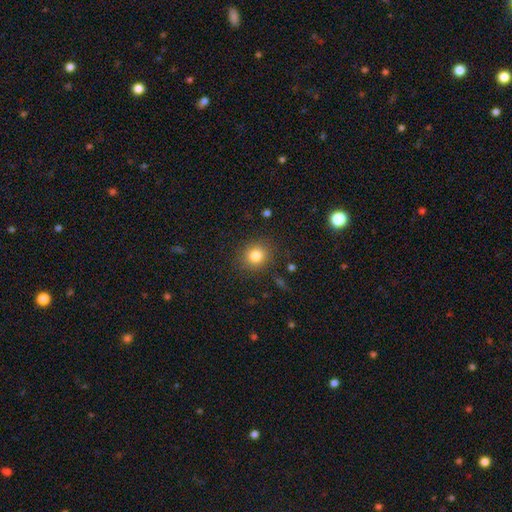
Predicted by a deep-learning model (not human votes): A smooth galaxy with no disk features (82%) that is round (84%). Merging: none (87%).